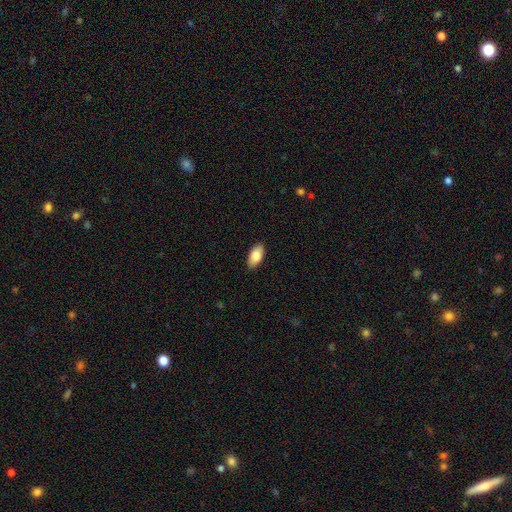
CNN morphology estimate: The model was most divided on "smooth or featured": smooth: 83%, featured or disk: 11%, star or artifact: 6%. More confident: how rounded — in between (93%); merging — none (89%).